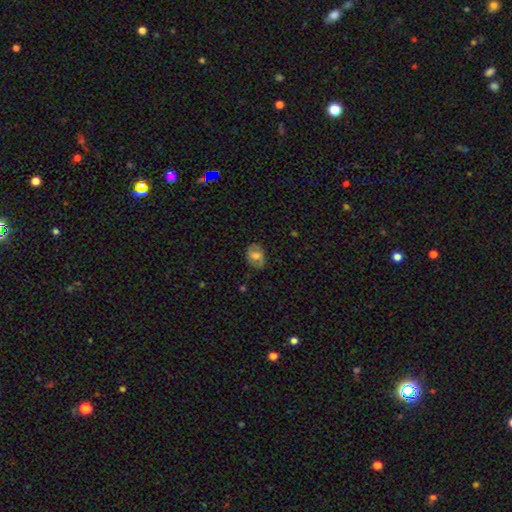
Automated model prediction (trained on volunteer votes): Morphology: type=smooth (55%); roundness=in between (70%); merging=none (77%).